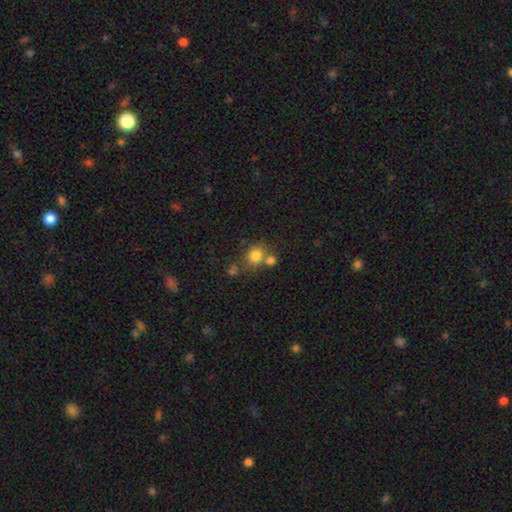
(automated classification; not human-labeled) This appears to be a smooth galaxy with no disk features (78%) that is round (77%). Merging: none (53%).